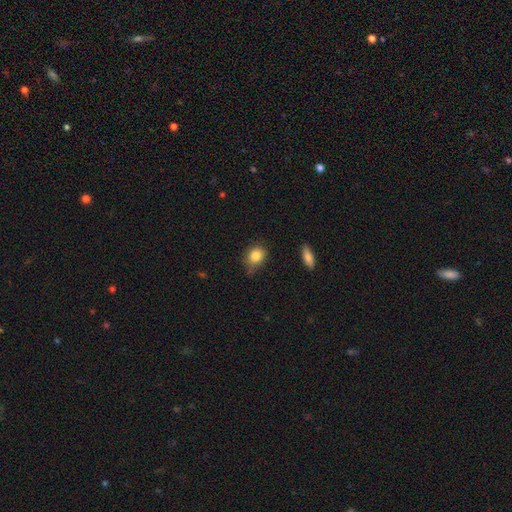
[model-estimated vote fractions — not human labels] Q: Smooth or featured?
A: smooth (84%); runner-up: star or artifact (9%)
Q: How rounded?
A: round (57%); runner-up: in between (41%)
Q: Merging?
A: none (62%); runner-up: minor disturbance (29%)